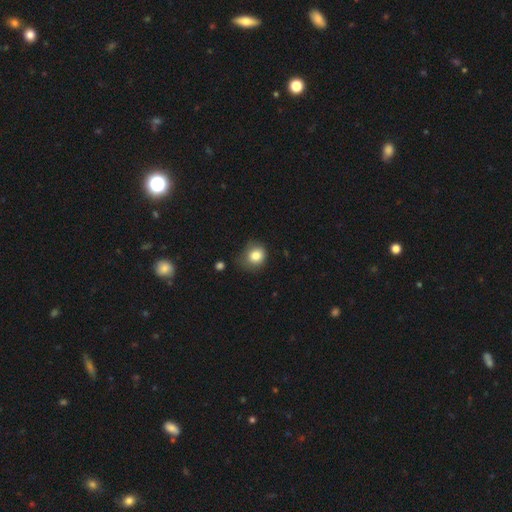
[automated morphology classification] This is clearly a smooth galaxy (82%). How rounded: likely round (77%). Merging: possibly none (58%).